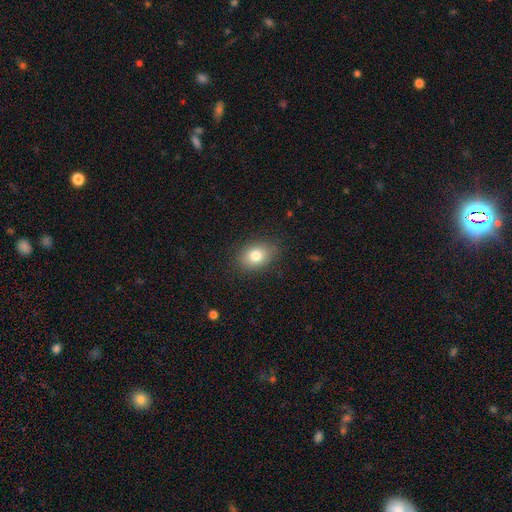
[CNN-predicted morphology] type=smooth (80%); roundness=in between (71%); merging=none (84%).